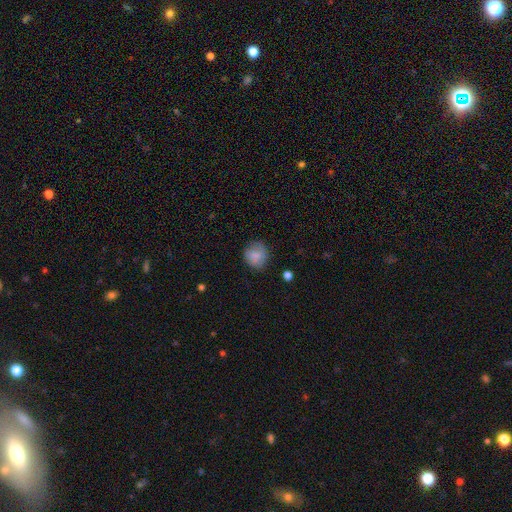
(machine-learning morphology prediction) Smooth or featured? smooth (81%)
How rounded? round (77%)
Merging? none (74%)